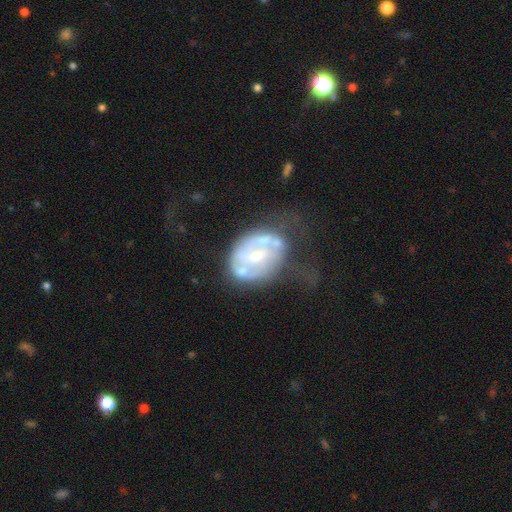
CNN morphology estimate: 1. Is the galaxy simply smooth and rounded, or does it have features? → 75% featured or disk, 19% smooth, 7% star or artifact.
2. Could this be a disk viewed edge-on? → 97% no, 3% yes.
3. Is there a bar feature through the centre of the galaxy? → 46% no, 38% weak, 16% strong.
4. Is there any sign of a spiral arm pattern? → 53% yes, 47% no.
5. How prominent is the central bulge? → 49% small, 43% moderate, 4% none, 3% large, 1% dominant.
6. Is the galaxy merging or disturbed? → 31% none (tied), 31% major disturbance (tied), 25% minor disturbance, 13% merger.